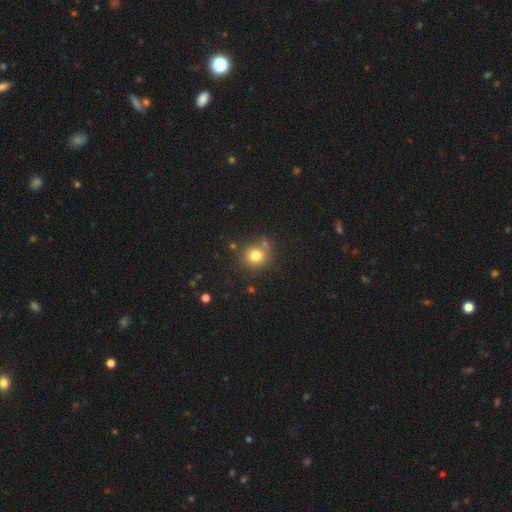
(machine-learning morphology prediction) This appears to be a smooth galaxy with no disk features (78%) that is round (89%). Merging: none (74%).